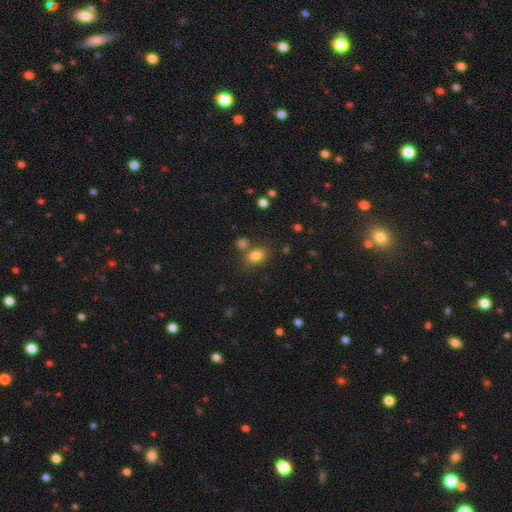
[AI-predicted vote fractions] A smooth galaxy with no disk features (81%) that is in between round and cigar-shaped (68%). Merging: none (68%).